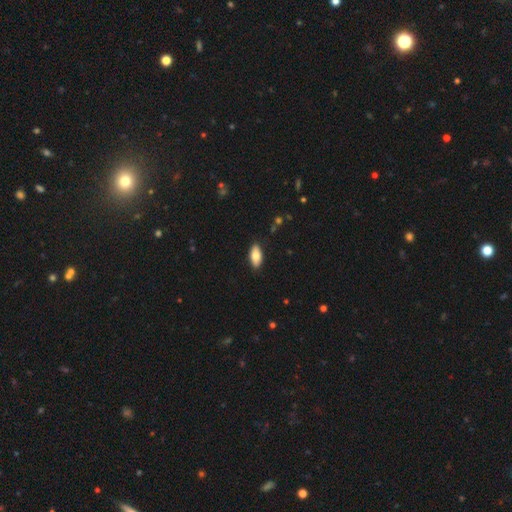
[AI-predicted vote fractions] Smooth or featured? smooth (79%)
How rounded? in between (89%)
Merging? none (88%)